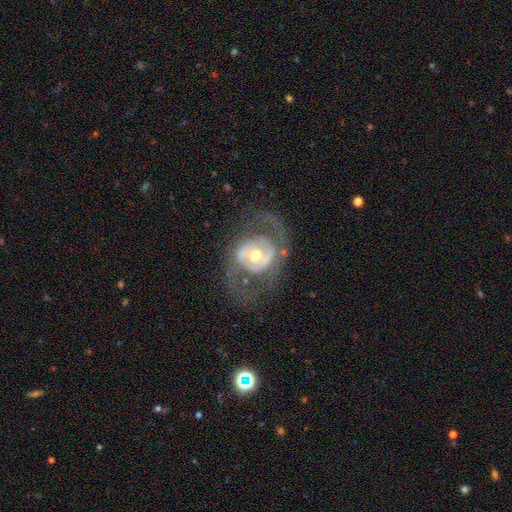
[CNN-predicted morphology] smooth_or_featured: featured or disk (p=0.78) [alt: smooth p=0.16]
disk_edge_on: no (p=0.95) [alt: yes p=0.05]
bar: no (p=0.56) [alt: weak p=0.28]
has_spiral_arms: yes (p=0.61) [alt: no p=0.39]
bulge_size: moderate (p=0.69) [alt: small p=0.20]
merging: none (p=0.62) [alt: major disturbance p=0.21]